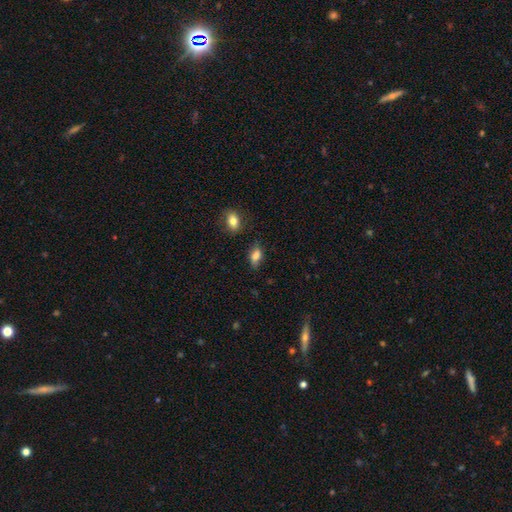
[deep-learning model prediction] Smooth or featured: smooth — 80% (featured or disk — 12%)
How rounded: in between — 85% (cigar-shaped — 8%)
Merging: none — 69% (minor disturbance — 22%)